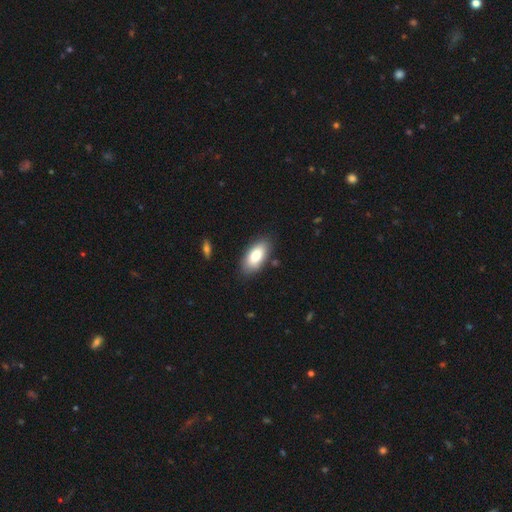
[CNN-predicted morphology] A smooth galaxy with no disk features (81%) that is in between round and cigar-shaped (92%). Merging: none (84%).